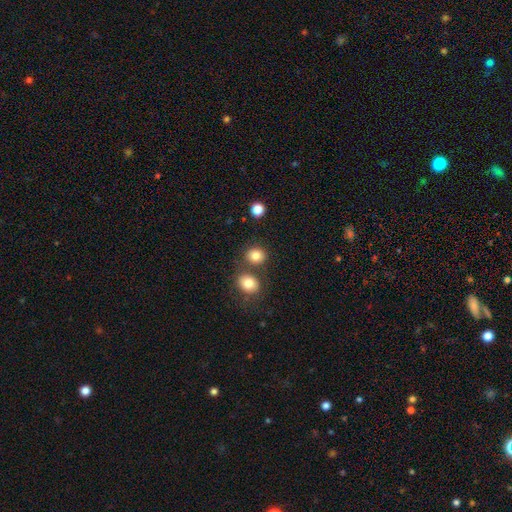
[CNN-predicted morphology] A smooth galaxy with no disk features (82%) that is round (74%).

Vote fractions:
- Smooth or featured? smooth: 82% / star or artifact: 11% / featured or disk: 7%
- How rounded? round: 74% / in between: 26% / cigar-shaped: 1%
- Merging? none: 68% / merger: 19% / minor disturbance: 9% / major disturbance: 3%